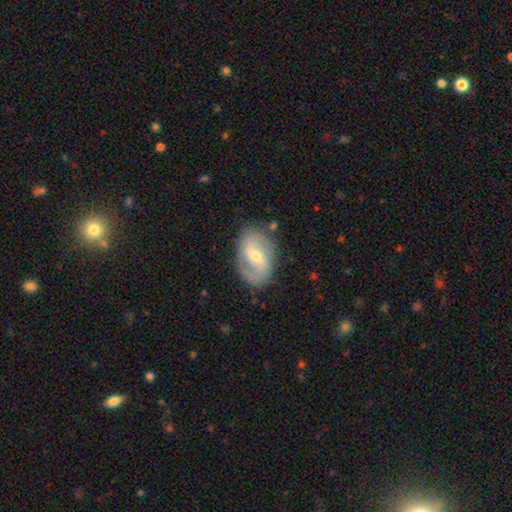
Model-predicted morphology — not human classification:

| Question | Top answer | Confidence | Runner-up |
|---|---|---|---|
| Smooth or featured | featured or disk | 76% | smooth (19%) |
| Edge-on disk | no | 96% | yes (4%) |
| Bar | weak | 50% | strong (26%) |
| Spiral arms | yes | 87% | no (13%) |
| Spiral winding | medium | 44% | loose (34%) |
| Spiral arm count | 2 | 81% | can't tell (8%) |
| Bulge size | small | 49% | moderate (47%) |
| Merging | none | 77% | minor disturbance (16%) |